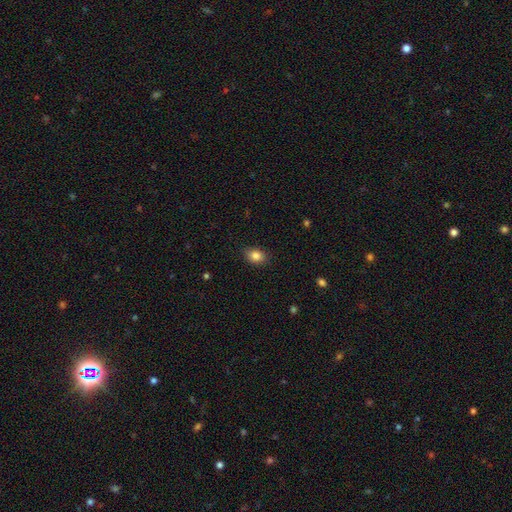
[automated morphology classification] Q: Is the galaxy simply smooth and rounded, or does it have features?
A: smooth — 85%.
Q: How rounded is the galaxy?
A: in between — 69%.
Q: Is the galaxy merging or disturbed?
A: none — 84%.